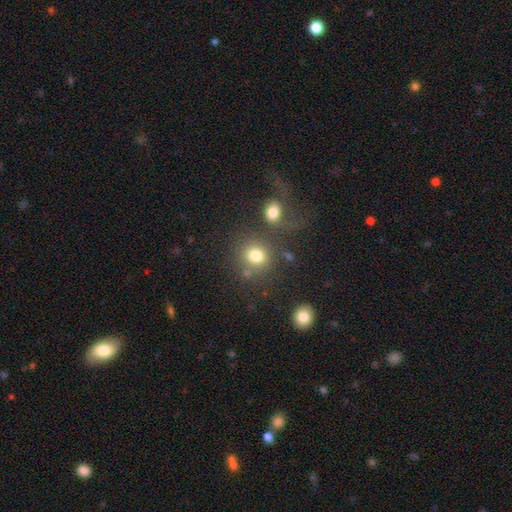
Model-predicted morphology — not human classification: The model was most divided on "merging": none: 66%, merger: 16%, minor disturbance: 10%, major disturbance: 7%. More confident: how rounded — round (82%); smooth or featured — smooth (78%).